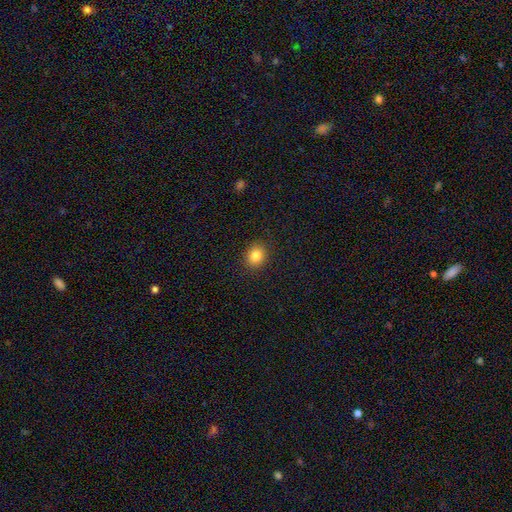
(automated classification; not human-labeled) Smooth or featured?
  - smooth: 84% *
  - star or artifact: 10%
  - featured or disk: 6%
How rounded?
  - round: 60% *
  - in between: 39%
  - cigar-shaped: 1%
Merging?
  - none: 90% *
  - minor disturbance: 7%
  - major disturbance: 2%
  - merger: 1%